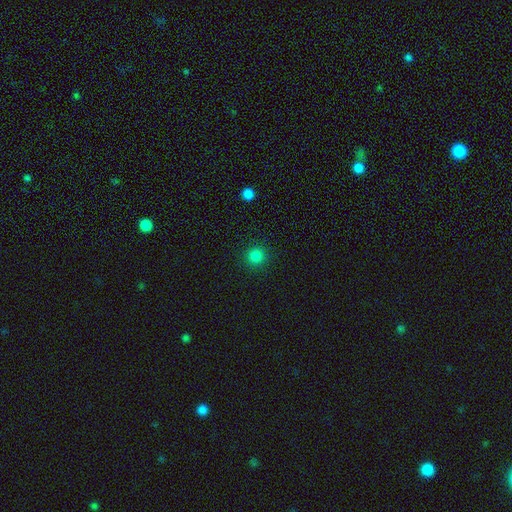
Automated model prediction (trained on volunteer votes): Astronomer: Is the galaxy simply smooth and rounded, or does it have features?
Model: smooth — 84%.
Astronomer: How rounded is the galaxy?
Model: round — 94%.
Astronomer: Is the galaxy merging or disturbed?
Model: none — 91%.